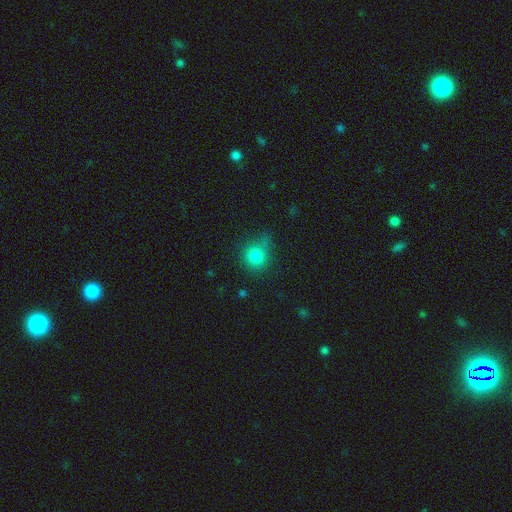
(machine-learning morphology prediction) A smooth galaxy with no disk features (81%) that is round (83%).

Vote fractions:
- Smooth or featured? smooth: 81% / star or artifact: 12% / featured or disk: 7%
- How rounded? round: 83% / in between: 15% / cigar-shaped: 1%
- Merging? none: 56% / minor disturbance: 26% / major disturbance: 11% / merger: 7%